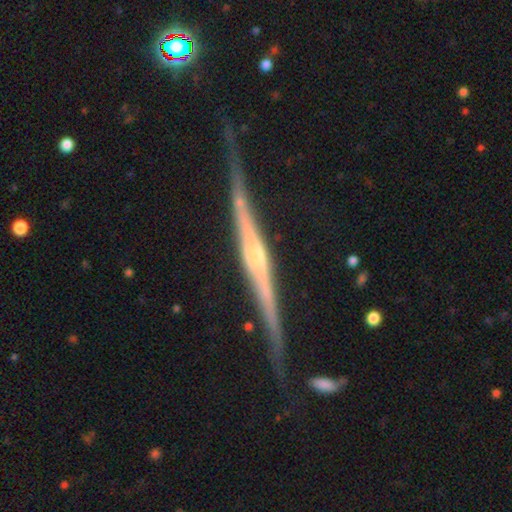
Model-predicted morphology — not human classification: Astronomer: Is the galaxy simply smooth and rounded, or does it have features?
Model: featured or disk — 87%.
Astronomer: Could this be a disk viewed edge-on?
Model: yes — 98%.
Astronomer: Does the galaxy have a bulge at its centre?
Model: rounded — 63%.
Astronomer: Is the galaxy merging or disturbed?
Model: none — 77%.